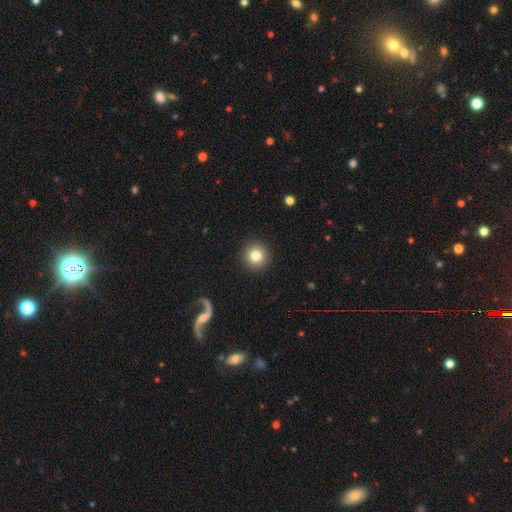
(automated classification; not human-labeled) The model was most divided on "smooth or featured": smooth: 80%, featured or disk: 10%, star or artifact: 10%. More confident: how rounded — round (96%); merging — none (93%).